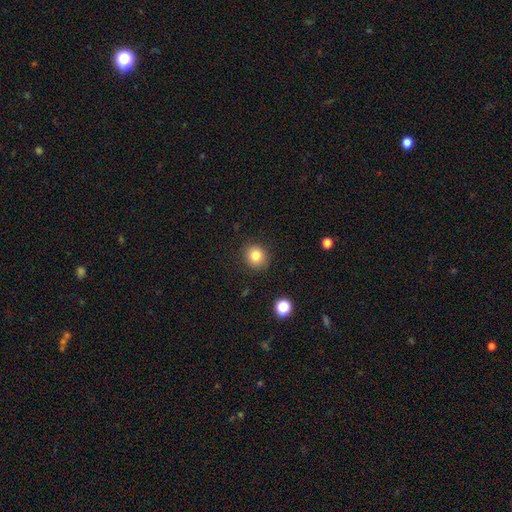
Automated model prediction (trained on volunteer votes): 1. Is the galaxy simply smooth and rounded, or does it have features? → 82% smooth, 11% star or artifact, 7% featured or disk.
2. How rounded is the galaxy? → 83% round, 16% in between, 1% cigar-shaped.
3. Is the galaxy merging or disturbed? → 89% none, 8% minor disturbance, 2% major disturbance, 1% merger.